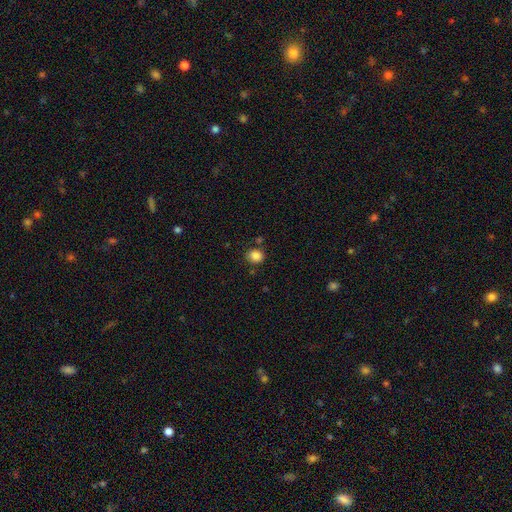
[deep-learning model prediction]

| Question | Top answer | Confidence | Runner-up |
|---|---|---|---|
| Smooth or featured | smooth | 86% | star or artifact (10%) |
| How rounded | round | 68% | in between (31%) |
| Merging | none | 81% | minor disturbance (11%) |